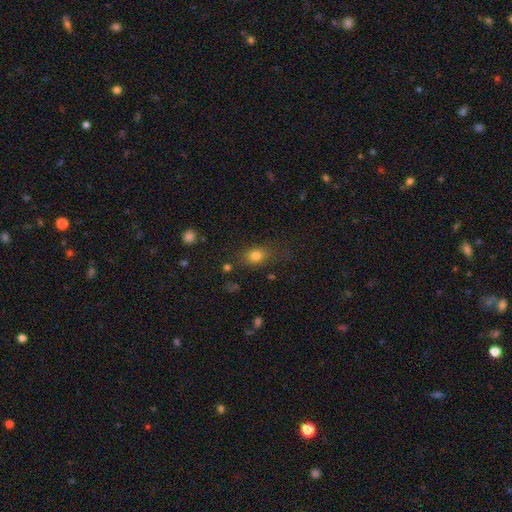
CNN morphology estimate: type=smooth (78%); roundness=in between (54%); merging=none (72%).